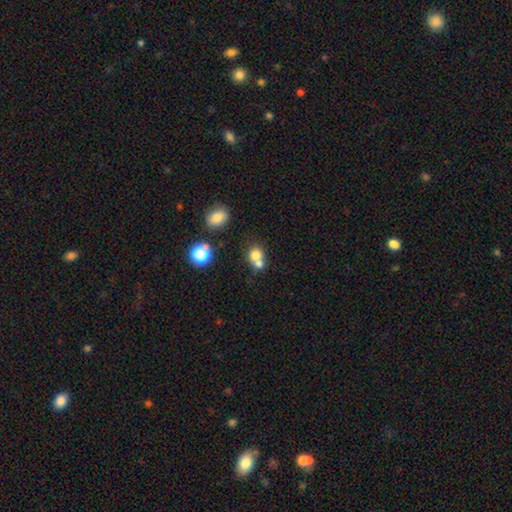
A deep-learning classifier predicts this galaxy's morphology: The model was most divided on "merging": merger: 55%, none: 36%, minor disturbance: 6%, major disturbance: 3%. More confident: how rounded — round (78%); smooth or featured — smooth (74%).